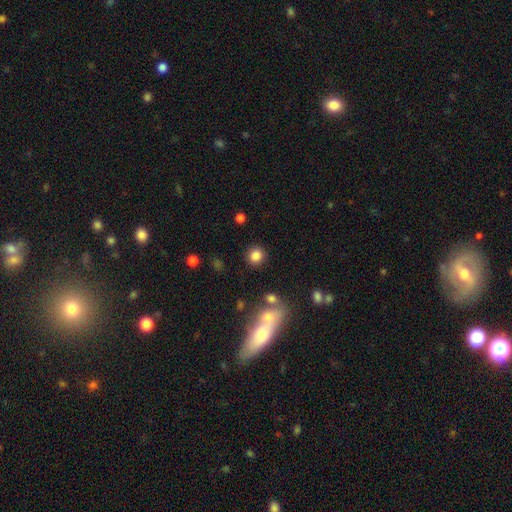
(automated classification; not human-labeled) Smooth or featured: smooth — 83% (star or artifact — 12%)
How rounded: round — 89% (in between — 10%)
Merging: none — 88% (minor disturbance — 6%)